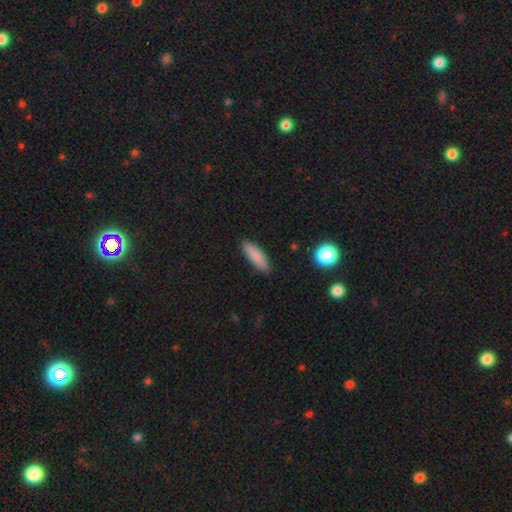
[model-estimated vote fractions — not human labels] This appears to be a smooth galaxy with no disk features (86%) that is cigar-shaped (55%). Merging: none (87%).